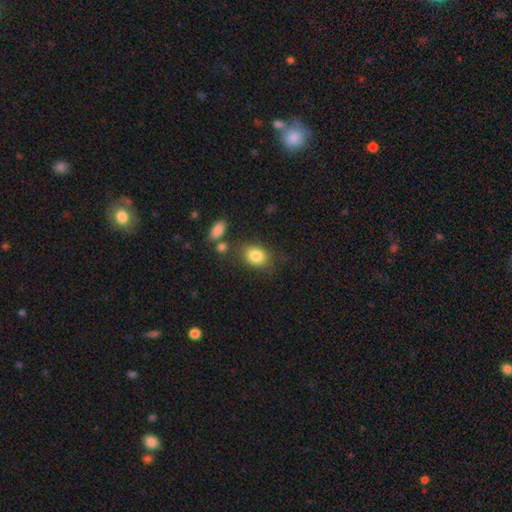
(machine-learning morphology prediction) smooth-or-featured: smooth: 84% | star or artifact: 8% | featured or disk: 8%
  how-rounded: in between: 72% | round: 26% | cigar-shaped: 1%
  merging: none: 72% | minor disturbance: 16% | merger: 7% | major disturbance: 5%